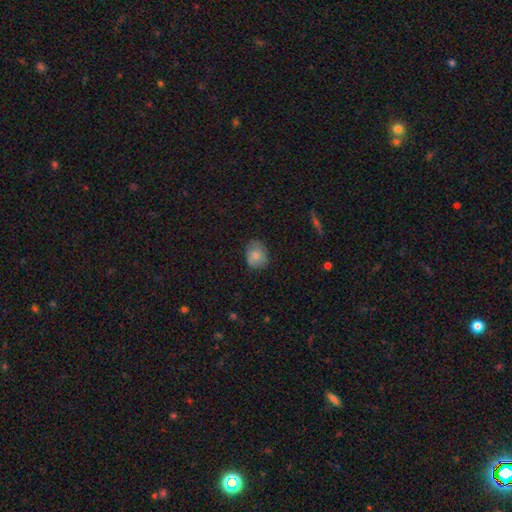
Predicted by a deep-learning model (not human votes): Smooth or featured: smooth — 77% (featured or disk — 15%)
How rounded: round — 50% (in between — 49%)
Merging: none — 67% (minor disturbance — 26%)